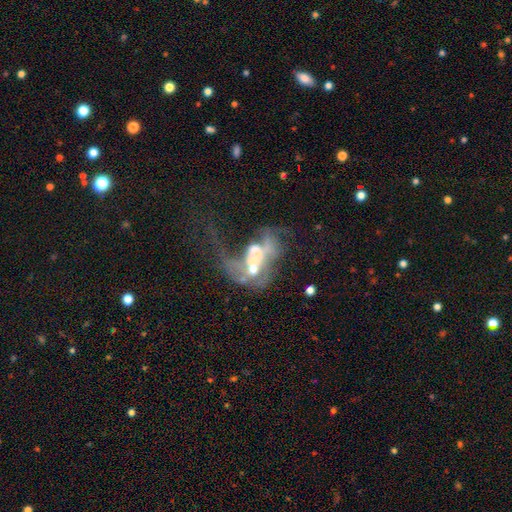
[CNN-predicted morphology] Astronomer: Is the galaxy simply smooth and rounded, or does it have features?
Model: featured or disk — 63%.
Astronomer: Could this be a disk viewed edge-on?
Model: no — 96%.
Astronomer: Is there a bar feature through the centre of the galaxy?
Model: no — 80%.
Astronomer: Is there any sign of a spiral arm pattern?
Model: no — 75%.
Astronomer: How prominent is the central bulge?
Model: moderate — 41% (runner-up: small, 21%).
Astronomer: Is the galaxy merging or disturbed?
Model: merger — 56% (runner-up: major disturbance, 31%).